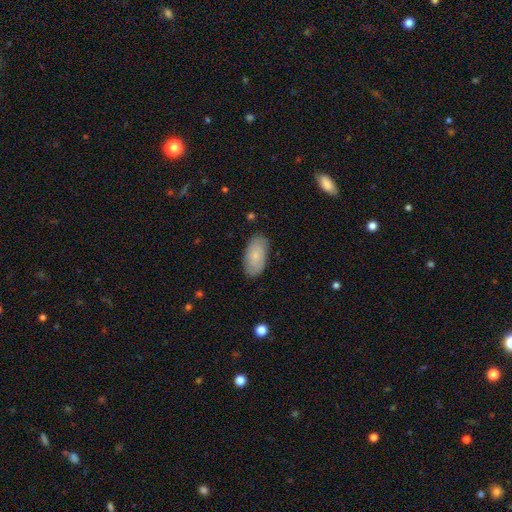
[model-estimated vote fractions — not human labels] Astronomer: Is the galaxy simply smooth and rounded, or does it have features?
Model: smooth — 73%.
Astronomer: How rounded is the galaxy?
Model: in between — 94%.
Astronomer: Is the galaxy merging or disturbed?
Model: none — 84%.